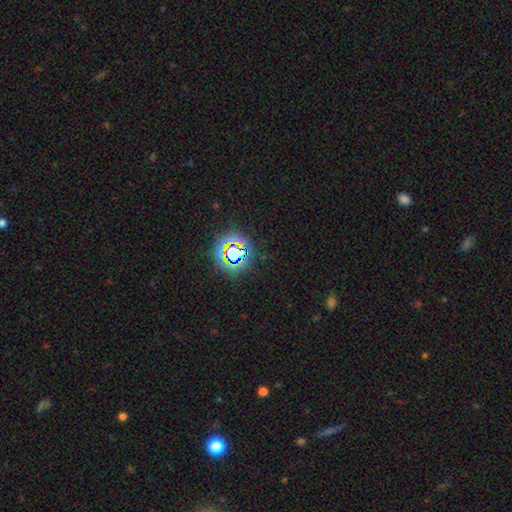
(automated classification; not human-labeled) Smooth or featured?
  - star or artifact: 78% *
  - smooth: 15%
  - featured or disk: 7%